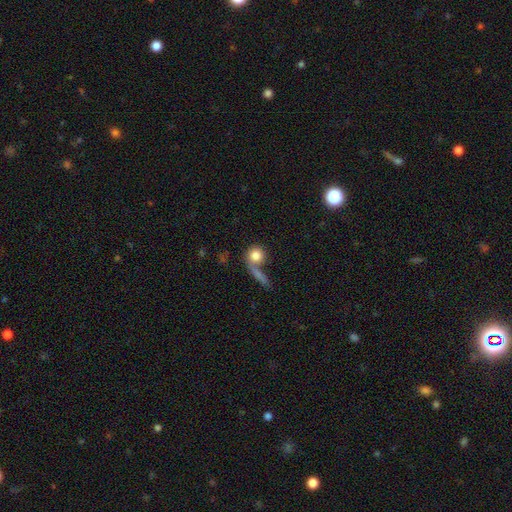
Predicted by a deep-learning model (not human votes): A smooth galaxy with no disk features (75%) that is round (80%). Merging: none (34%).